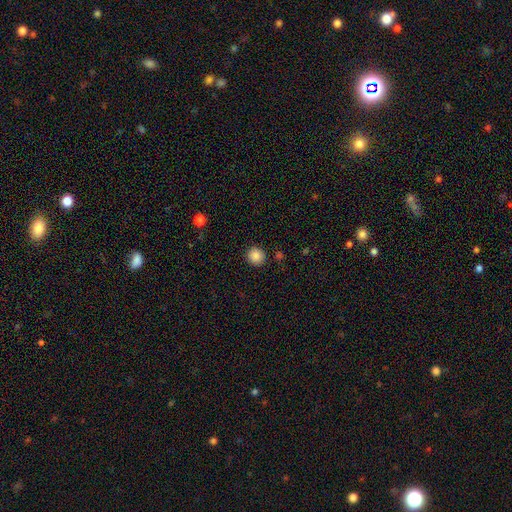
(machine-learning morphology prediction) This appears to be a smooth galaxy with no disk features (87%) that is round (93%). Merging: none (90%).